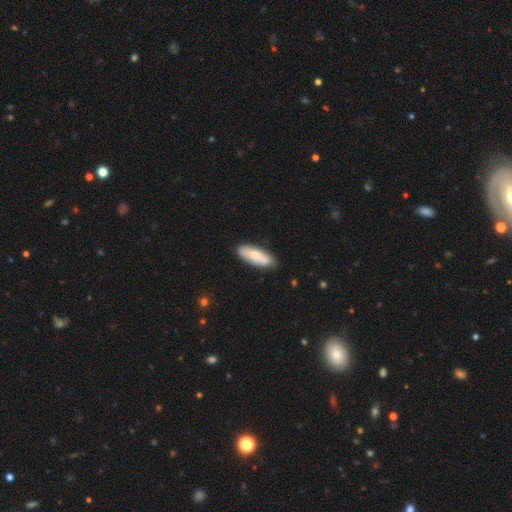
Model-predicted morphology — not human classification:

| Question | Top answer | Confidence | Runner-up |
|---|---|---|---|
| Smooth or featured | smooth | 66% | featured or disk (29%) |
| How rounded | in between | 69% | cigar-shaped (29%) |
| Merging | none | 84% | minor disturbance (12%) |